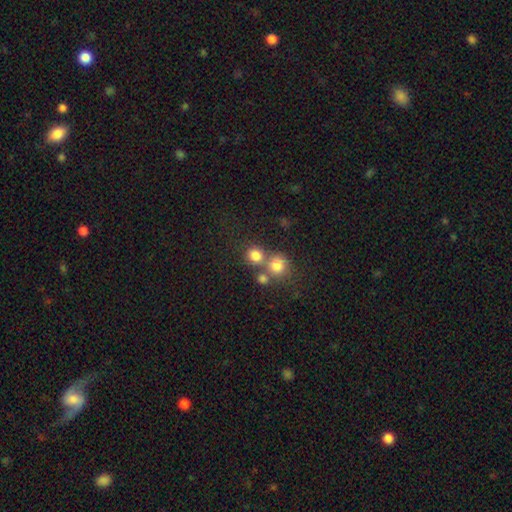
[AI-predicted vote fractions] Smooth or featured? Predicted: smooth (p=0.78). How rounded? Predicted: round (p=0.87). Merging? Predicted: none (p=0.56).